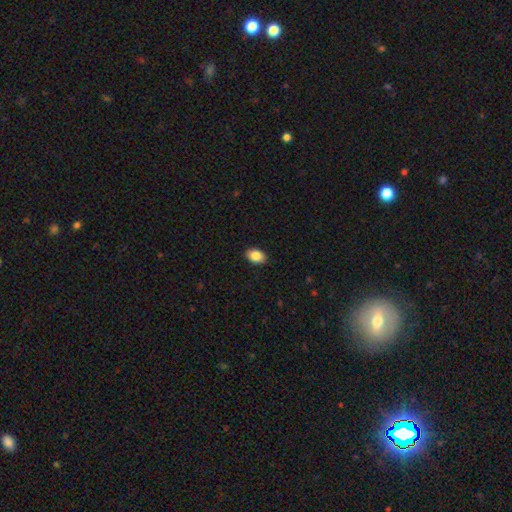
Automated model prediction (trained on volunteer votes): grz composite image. It shows a smooth galaxy with no disk features (87%) that is in between round and cigar-shaped (86%). Merging: none (90%).